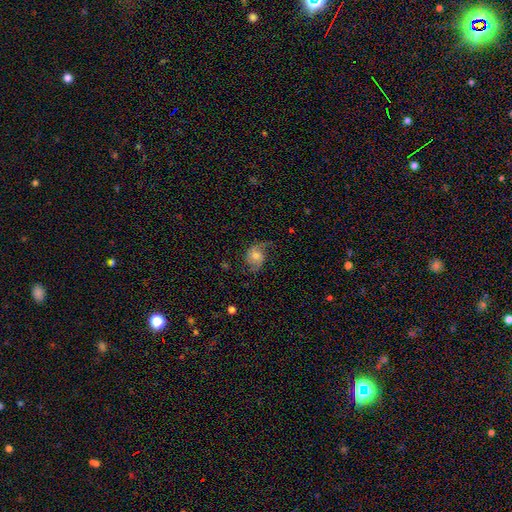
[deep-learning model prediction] This appears to be a featured or disk galaxy (59%) with no bar (67%), 2 (78%) loose (54%) spiral arms (91%) and a moderate central bulge (49%). Merging: none (58%).